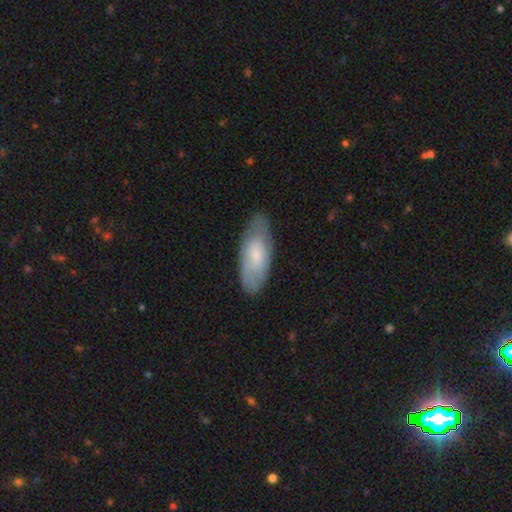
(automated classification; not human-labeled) Smooth or featured? Predicted: smooth (p=0.61). How rounded? Predicted: in between (p=0.80). Merging? Predicted: none (p=0.79).